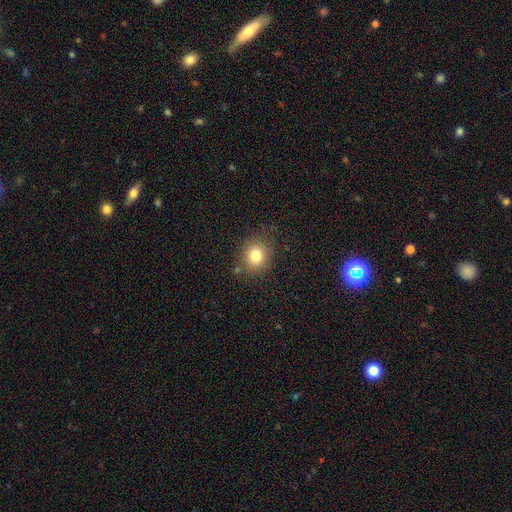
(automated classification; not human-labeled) This is likely a smooth galaxy (79%). How rounded: clearly round (81%). Merging: clearly none (83%).